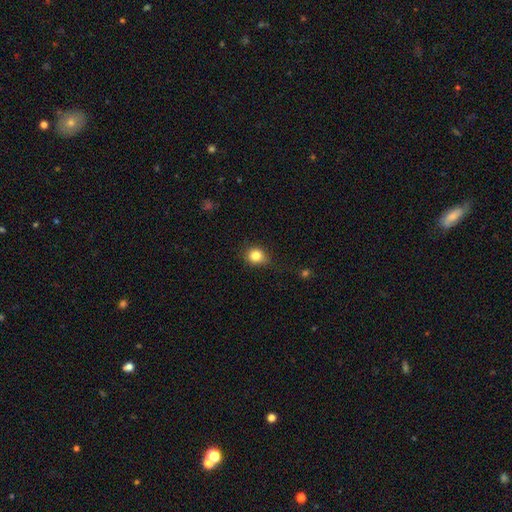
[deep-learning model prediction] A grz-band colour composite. It shows a smooth galaxy with no disk features (82%) that is round (76%). Merging: none (75%).